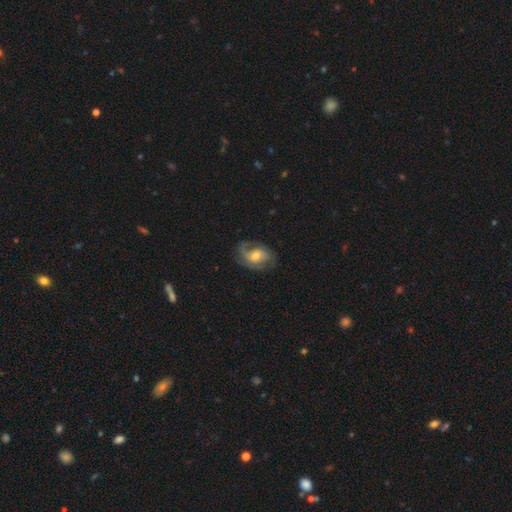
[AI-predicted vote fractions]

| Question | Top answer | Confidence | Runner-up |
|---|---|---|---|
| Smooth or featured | featured or disk | 71% | smooth (22%) |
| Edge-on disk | no | 96% | yes (4%) |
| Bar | no | 63% | weak (30%) |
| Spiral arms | yes | 89% | no (11%) |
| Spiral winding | medium | 45% | tight (32%) |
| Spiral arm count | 2 | 53% | 1 (20%) |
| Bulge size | moderate | 59% | small (32%) |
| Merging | none | 65% | minor disturbance (21%) |